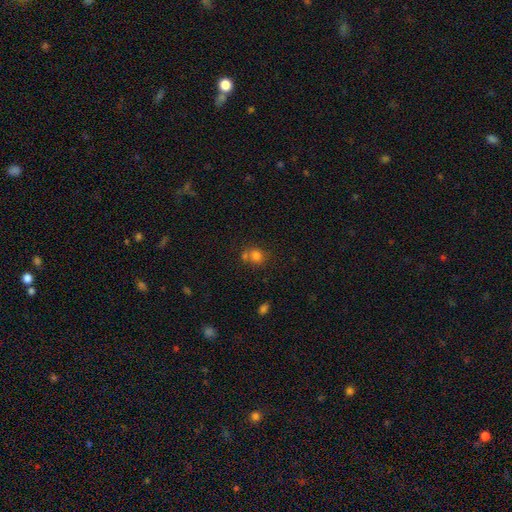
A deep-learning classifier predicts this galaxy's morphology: Smooth or featured? Predicted: smooth (p=0.78). How rounded? Predicted: round (p=0.79). Merging? Predicted: none (p=0.53).